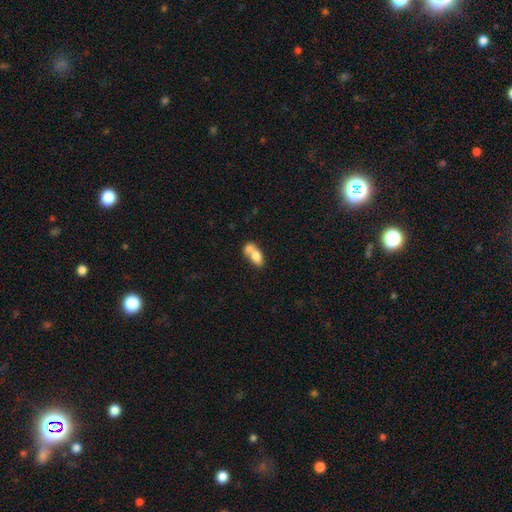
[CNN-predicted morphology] smooth 73%, featured or disk 20%, star or artifact 8%. Down the decision tree: how rounded — in between (83%); merging — merger (62%).